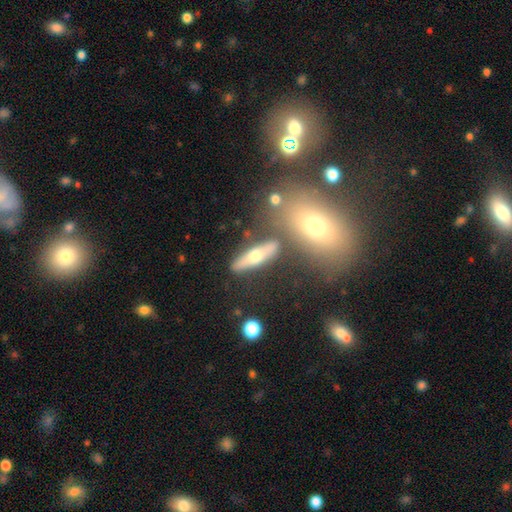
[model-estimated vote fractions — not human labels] A featured or disk galaxy (46%). Merging: none (71%).